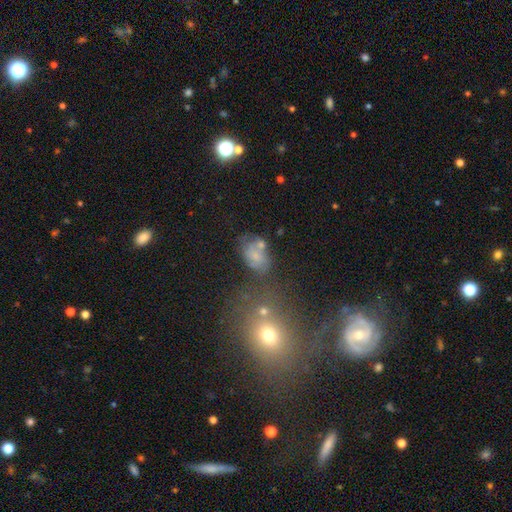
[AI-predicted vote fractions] Q: Smooth or featured?
A: smooth (47%); runner-up: featured or disk (37%)
Q: Merging?
A: none (46%); runner-up: minor disturbance (22%)